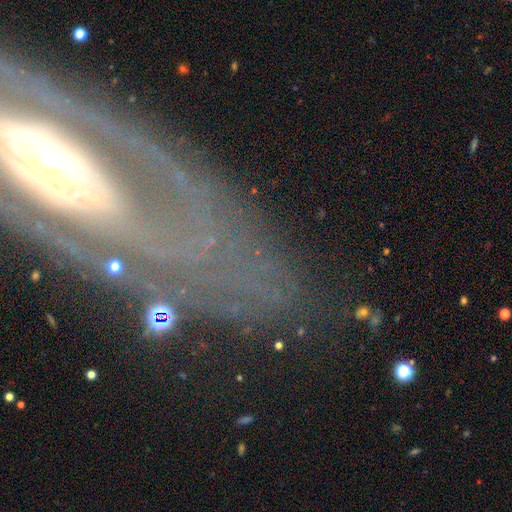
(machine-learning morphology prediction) smooth-or-featured: featured or disk: 76% | star or artifact: 12% | smooth: 12%
  disk-edge-on: no: 84% | yes: 16%
    bar: no: 48% | weak: 27% | strong: 25%
    has-spiral-arms: yes: 71% | no: 29%
    bulge-size: moderate: 49% | small: 31% | large: 13% | none: 4% | dominant: 4%
  merging: none: 66% | minor disturbance: 15% | major disturbance: 15% | merger: 4%